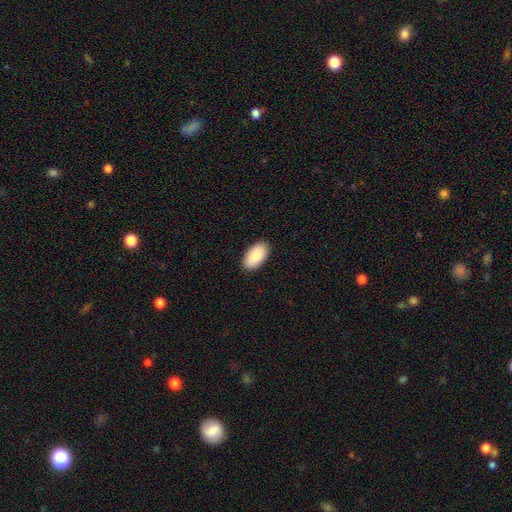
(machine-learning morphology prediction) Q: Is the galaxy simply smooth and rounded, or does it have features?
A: smooth — 88%.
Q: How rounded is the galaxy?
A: in between — 96%.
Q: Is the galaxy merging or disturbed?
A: none — 90%.